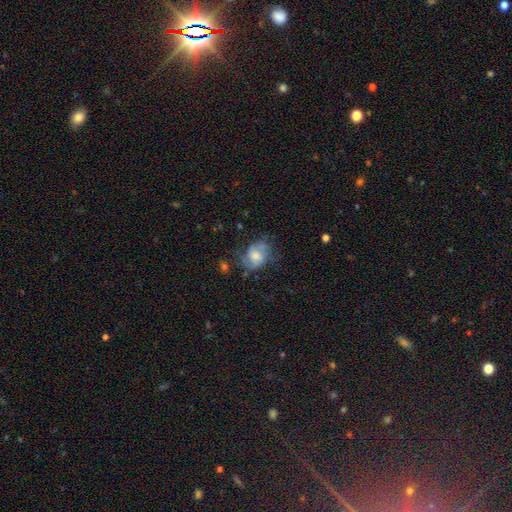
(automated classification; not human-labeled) Q: Smooth or featured?
A: featured or disk (47%); runner-up: smooth (45%)
Q: Merging?
A: none (51%); runner-up: minor disturbance (28%)